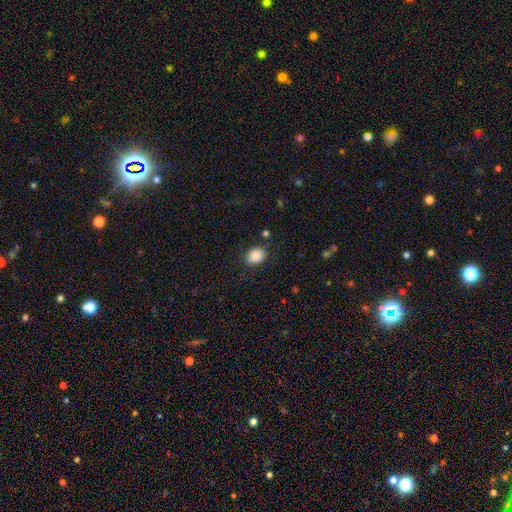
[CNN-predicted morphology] smooth 88%, star or artifact 8%, featured or disk 4%. Down the decision tree: how rounded — in between (60%); merging — none (85%).